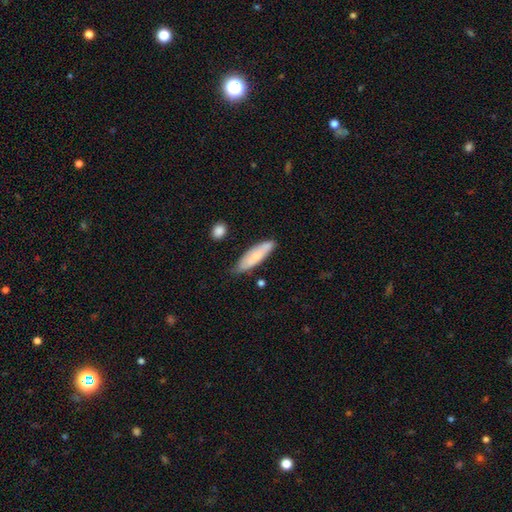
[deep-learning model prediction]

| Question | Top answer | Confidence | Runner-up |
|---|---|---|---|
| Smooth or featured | smooth | 71% | featured or disk (23%) |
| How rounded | cigar-shaped | 59% | in between (39%) |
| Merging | none | 70% | minor disturbance (23%) |